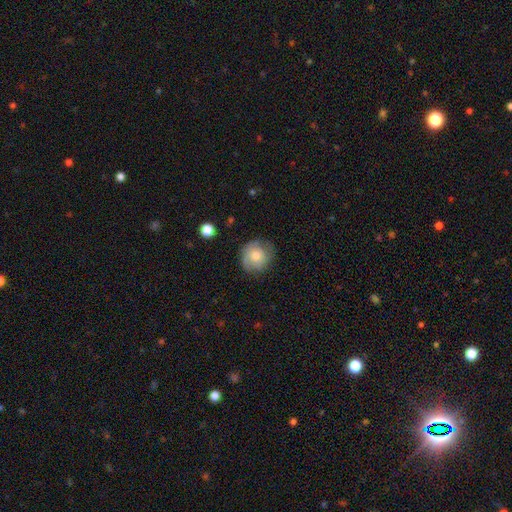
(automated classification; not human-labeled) This appears to be a smooth galaxy with no disk features (62%) that is round (88%). Merging: none (72%).